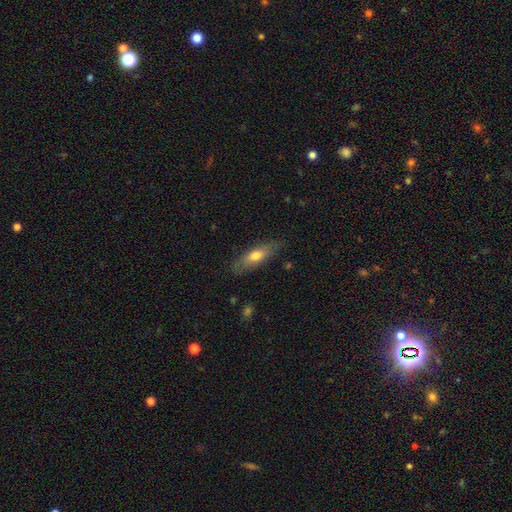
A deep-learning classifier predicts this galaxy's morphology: type=smooth (66%); roundness=in between (53%); merging=none (78%).